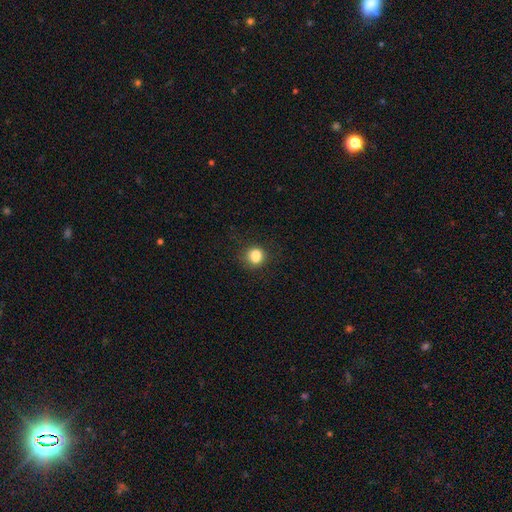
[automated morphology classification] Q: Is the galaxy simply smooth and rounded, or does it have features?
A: smooth — 77%.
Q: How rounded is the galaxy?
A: round — 75%.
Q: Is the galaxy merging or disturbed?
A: none — 54%.